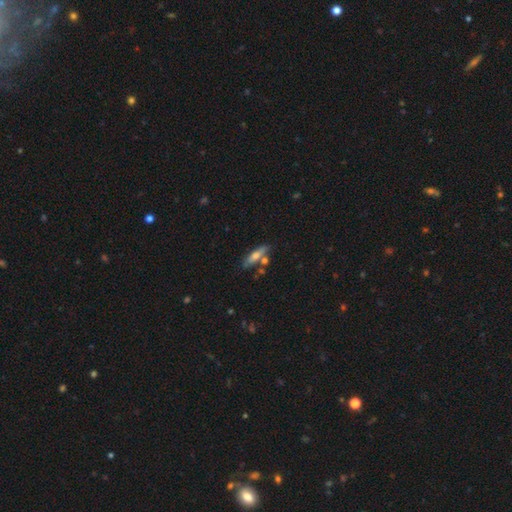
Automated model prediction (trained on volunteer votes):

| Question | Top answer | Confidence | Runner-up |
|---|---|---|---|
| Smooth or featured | smooth | 58% | featured or disk (35%) |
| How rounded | cigar-shaped | 67% | in between (31%) |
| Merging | none | 68% | merger (14%) |